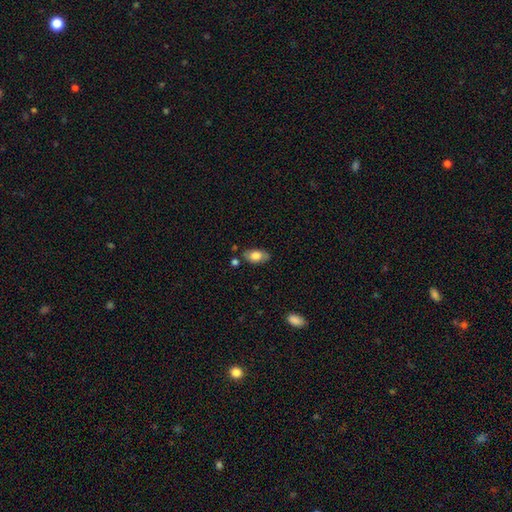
Q: Smooth or featured?
A: smooth (66%); runner-up: featured or disk (34%)
Q: How rounded?
A: in between (100%)
Q: Merging?
A: none (84%); runner-up: minor disturbance (11%)